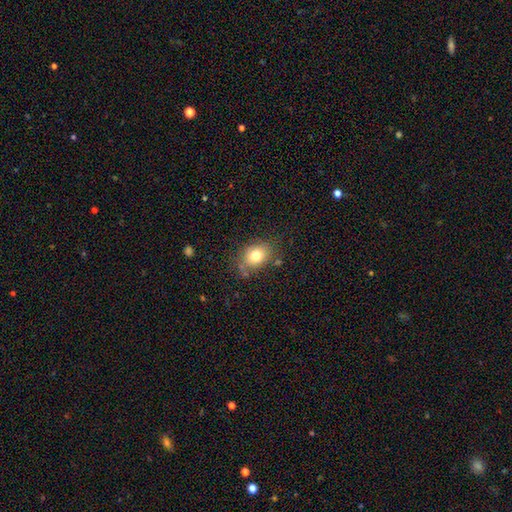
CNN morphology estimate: A smooth galaxy with no disk features (77%) that is in between round and cigar-shaped (59%). Merging: none (73%).